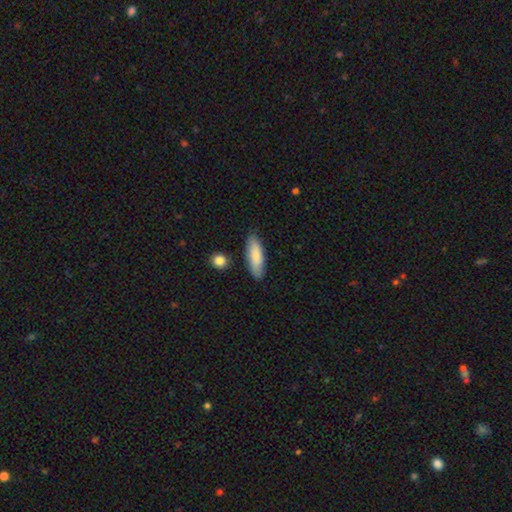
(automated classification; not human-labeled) This is clearly a smooth galaxy (82%). How rounded: possibly in between (53%). Merging: clearly none (84%).